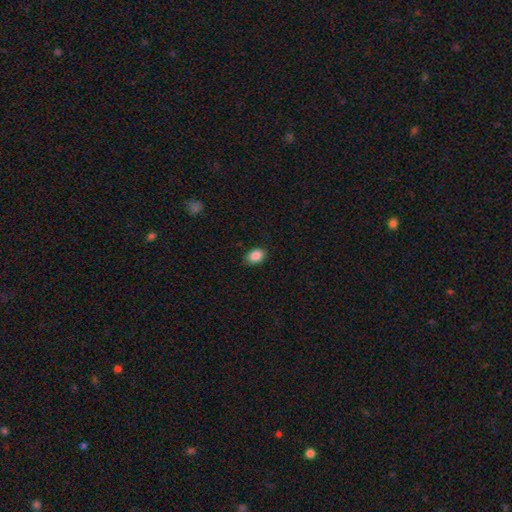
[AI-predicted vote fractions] Smooth or featured? Predicted: smooth (p=0.88). How rounded? Predicted: in between (p=0.76). Merging? Predicted: none (p=0.86).